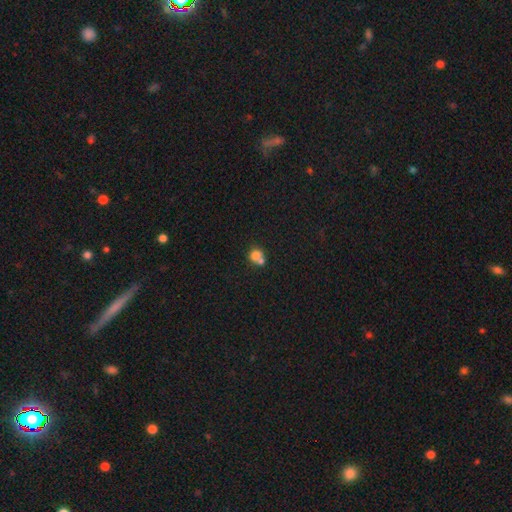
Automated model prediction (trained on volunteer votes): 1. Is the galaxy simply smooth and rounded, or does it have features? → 75% smooth, 14% featured or disk, 11% star or artifact.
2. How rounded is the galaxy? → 80% round, 19% in between, 1% cigar-shaped.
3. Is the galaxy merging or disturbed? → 56% merger, 34% none, 7% minor disturbance, 3% major disturbance.